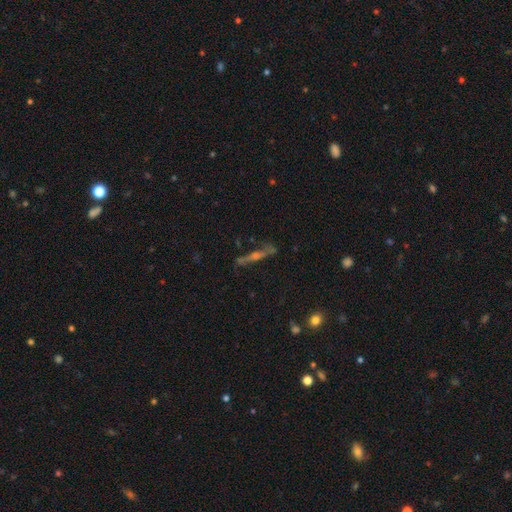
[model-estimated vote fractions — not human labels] A featured or disk galaxy (63%) viewed edge-on (87%) with a rounded central bulge (67%).

Vote fractions:
- Smooth or featured? featured or disk: 63% / smooth: 22% / star or artifact: 15%
- Edge-on disk? yes: 87% / no: 13%
- Edge-on bulge? rounded: 67% / none: 21% / boxy: 12%
- Merging? none: 75% / minor disturbance: 16% / major disturbance: 6% / merger: 4%